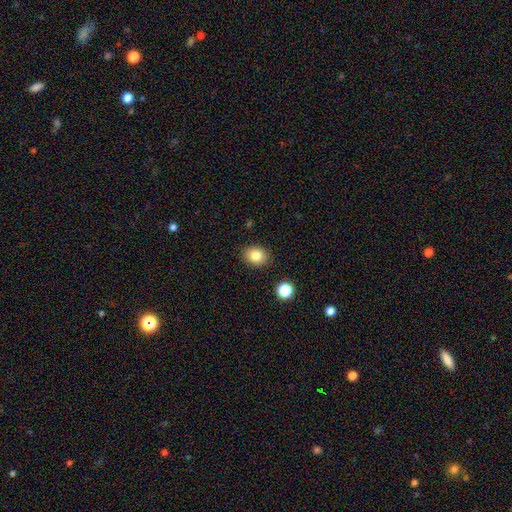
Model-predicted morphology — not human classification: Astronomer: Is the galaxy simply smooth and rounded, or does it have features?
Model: smooth — 82%.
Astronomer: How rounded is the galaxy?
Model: round — 55% (runner-up: in between, 44%).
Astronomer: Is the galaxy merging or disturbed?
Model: none — 88%.